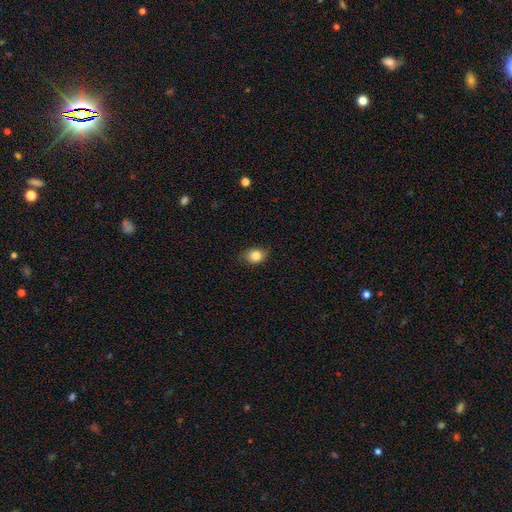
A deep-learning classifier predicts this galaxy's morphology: This is clearly a smooth galaxy (83%). How rounded: possibly in between (52%). Merging: likely none (72%).